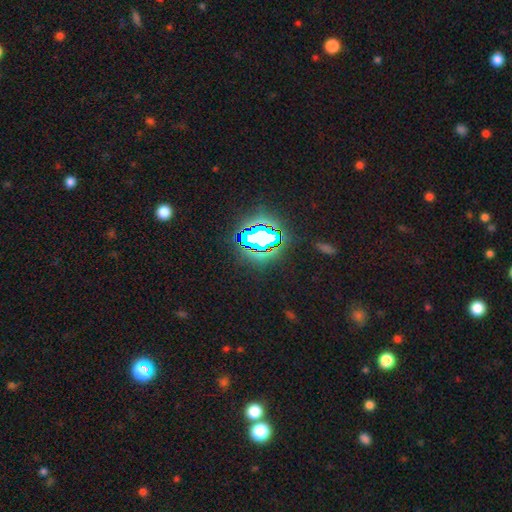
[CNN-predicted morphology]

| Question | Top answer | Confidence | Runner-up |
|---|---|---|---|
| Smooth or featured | star or artifact | 82% | smooth (12%) |